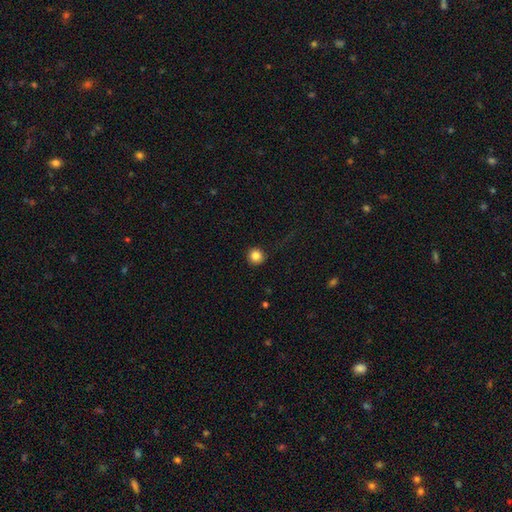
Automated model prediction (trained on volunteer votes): The model was most divided on "smooth or featured": smooth: 84%, star or artifact: 11%, featured or disk: 5%. More confident: how rounded — round (95%); merging — none (88%).